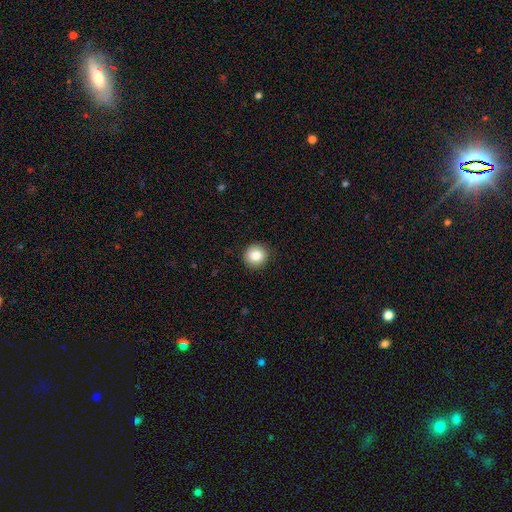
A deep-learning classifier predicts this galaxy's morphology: Smooth or featured?
  - smooth: 85% *
  - star or artifact: 9%
  - featured or disk: 6%
How rounded?
  - round: 91% *
  - in between: 8%
  - cigar-shaped: 1%
Merging?
  - none: 89% *
  - minor disturbance: 8%
  - major disturbance: 2%
  - merger: 1%